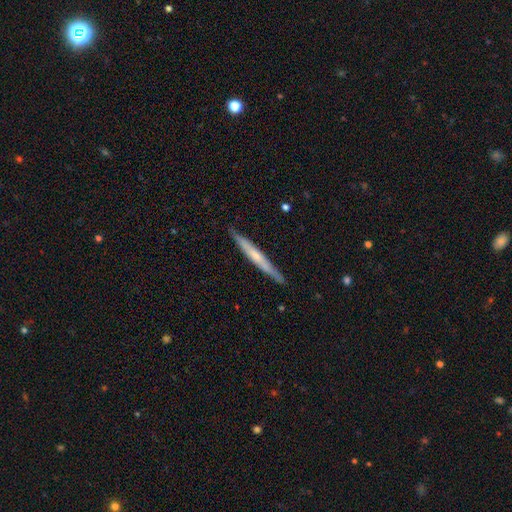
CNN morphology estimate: featured or disk 54%, smooth 41%, star or artifact 5%. Down the decision tree: edge-on disk — yes (95%); edge-on bulge — none (57%); merging — none (88%).